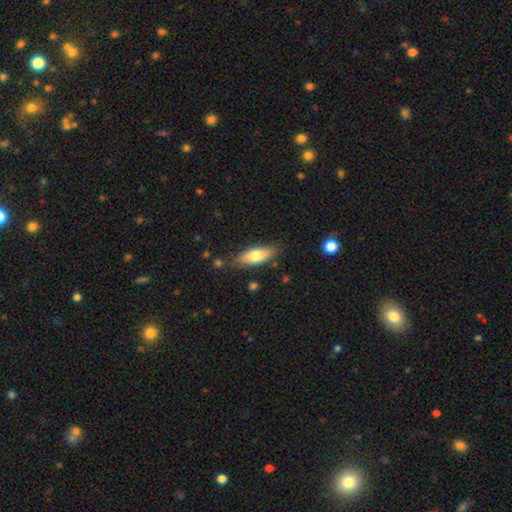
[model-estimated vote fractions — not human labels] Smooth or featured: smooth — 73% (featured or disk — 21%)
How rounded: in between — 69% (cigar-shaped — 29%)
Merging: none — 79% (minor disturbance — 15%)